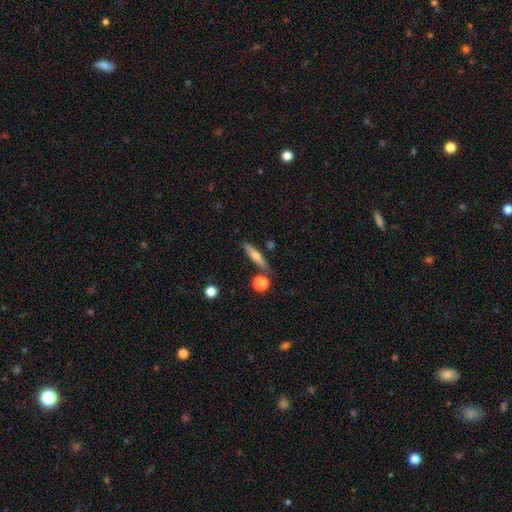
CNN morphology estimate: Q: Smooth or featured?
A: smooth (57%); runner-up: featured or disk (35%)
Q: How rounded?
A: cigar-shaped (84%); runner-up: in between (13%)
Q: Merging?
A: none (78%); runner-up: minor disturbance (12%)